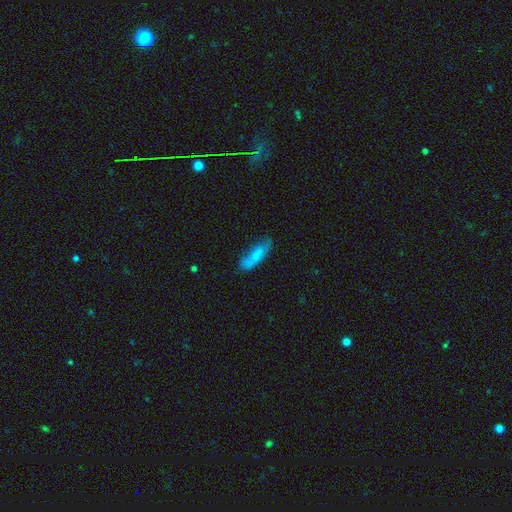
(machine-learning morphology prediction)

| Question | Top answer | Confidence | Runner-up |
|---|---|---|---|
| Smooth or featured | smooth | 77% | featured or disk (16%) |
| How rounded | cigar-shaped | 51% | in between (47%) |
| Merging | none | 58% | minor disturbance (27%) |